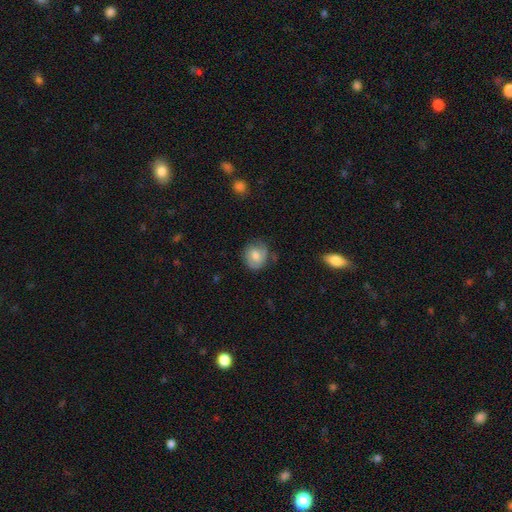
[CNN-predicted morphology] smooth-or-featured: smooth: 64% | featured or disk: 28% | star or artifact: 8%
  how-rounded: round: 69% | in between: 30% | cigar-shaped: 1%
  merging: none: 67% | minor disturbance: 23% | major disturbance: 7% | merger: 2%